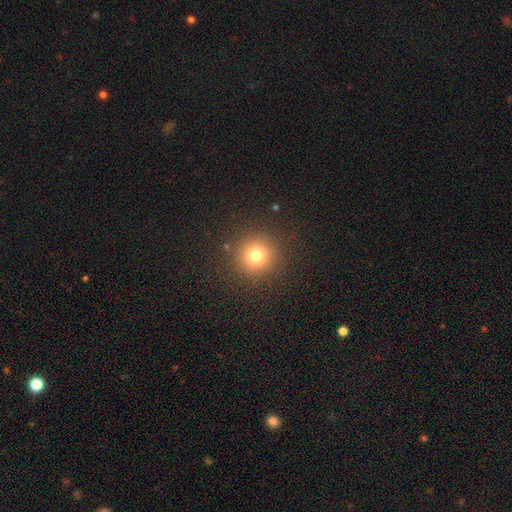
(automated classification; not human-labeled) Smooth or featured: smooth — 75% (star or artifact — 17%)
How rounded: round — 95% (in between — 4%)
Merging: none — 90% (minor disturbance — 6%)